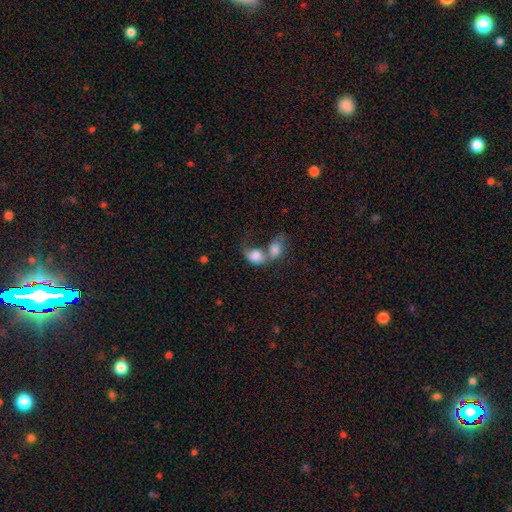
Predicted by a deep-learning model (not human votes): This appears to be a smooth galaxy with no disk features (76%) that is in between round and cigar-shaped (69%). Merging: merger (77%).